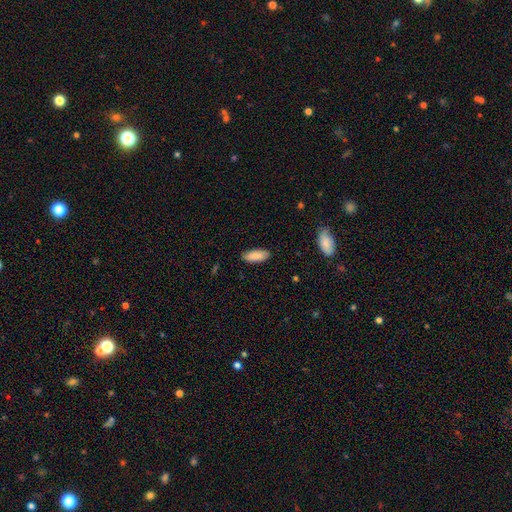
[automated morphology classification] Smooth or featured: smooth — 88% (star or artifact — 6%)
How rounded: in between — 78% (cigar-shaped — 20%)
Merging: none — 85% (minor disturbance — 12%)